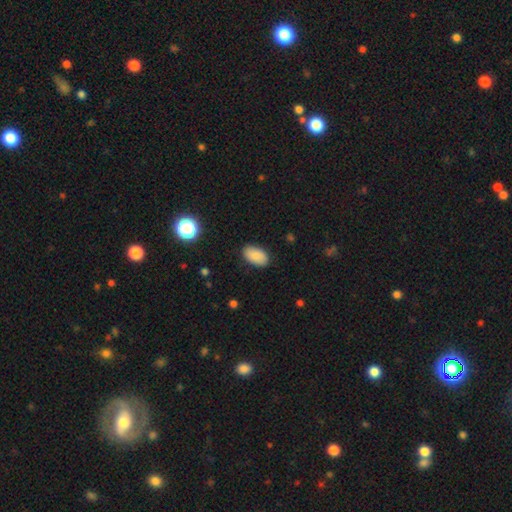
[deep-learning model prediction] Smooth or featured?
  - smooth: 86% *
  - star or artifact: 8%
  - featured or disk: 7%
How rounded?
  - in between: 94% *
  - round: 5%
  - cigar-shaped: 1%
Merging?
  - none: 88% *
  - minor disturbance: 9%
  - major disturbance: 2%
  - merger: 1%